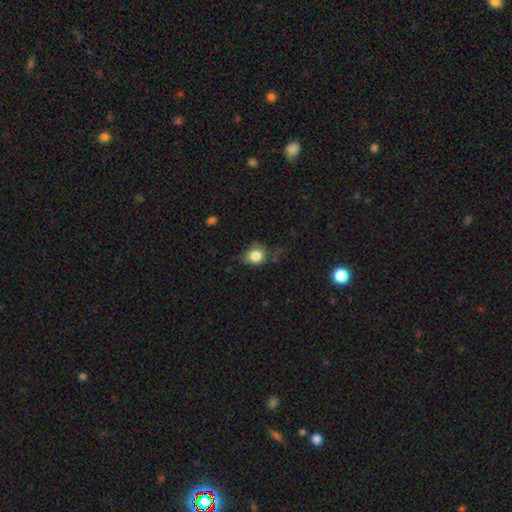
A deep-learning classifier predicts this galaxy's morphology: smooth 81%, star or artifact 10%, featured or disk 9%. Down the decision tree: how rounded — round (68%); merging — none (50%).